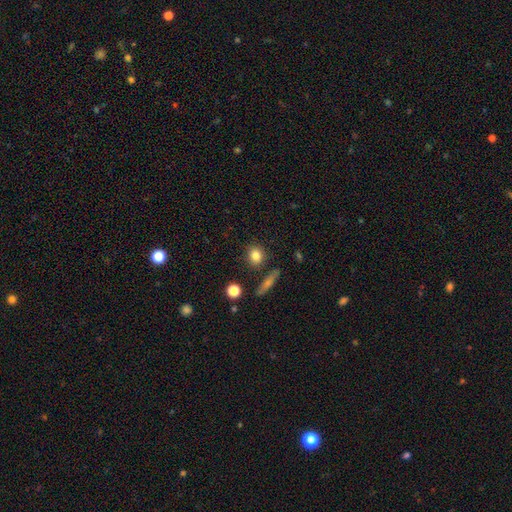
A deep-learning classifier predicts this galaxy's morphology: Smooth or featured?
  - smooth: 82% *
  - star or artifact: 10%
  - featured or disk: 9%
How rounded?
  - round: 71% *
  - in between: 25%
  - cigar-shaped: 4%
Merging?
  - none: 83% *
  - minor disturbance: 10%
  - merger: 5%
  - major disturbance: 3%